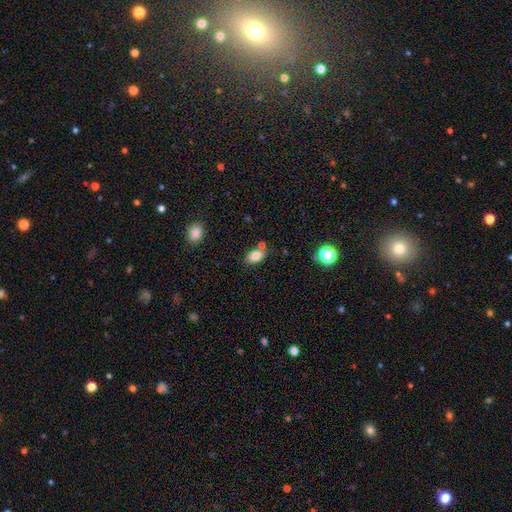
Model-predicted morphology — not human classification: smooth_or_featured: smooth (p=0.81) [alt: star or artifact p=0.09]
how_rounded: in between (p=0.87) [alt: round p=0.10]
merging: none (p=0.64) [alt: merger p=0.19]